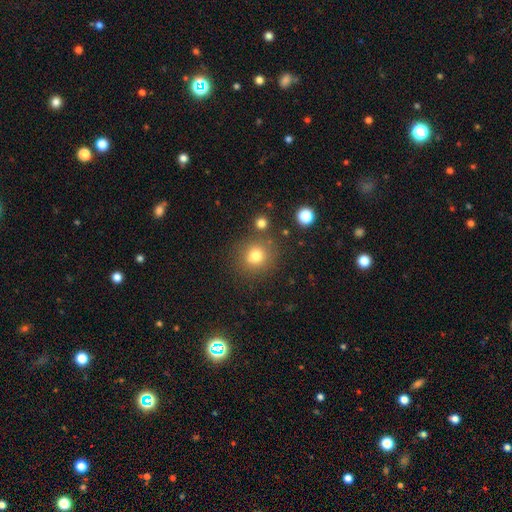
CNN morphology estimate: This is likely a smooth galaxy (78%). How rounded: clearly round (89%). Merging: likely none (79%).